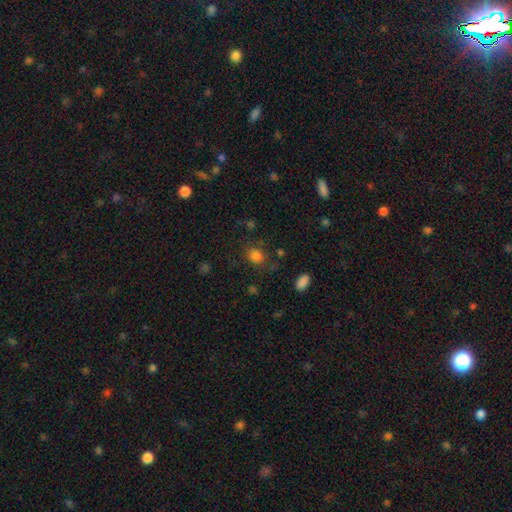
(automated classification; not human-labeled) This is clearly a smooth galaxy (81%). How rounded: likely round (65%). Merging: likely none (75%).